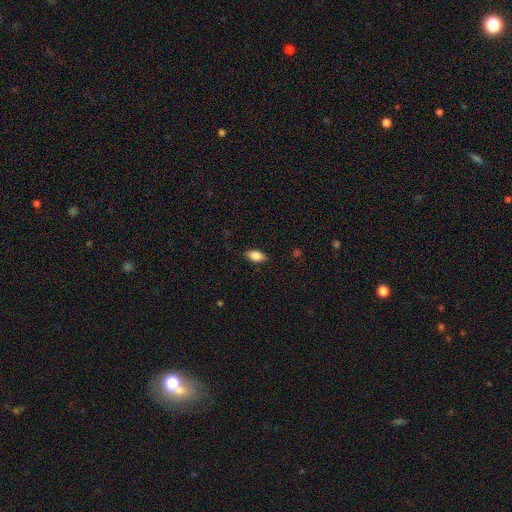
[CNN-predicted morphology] A smooth galaxy with no disk features (86%) that is in between round and cigar-shaped (92%).

Vote fractions:
- Smooth or featured? smooth: 86% / star or artifact: 7% / featured or disk: 6%
- How rounded? in between: 92% / round: 4% / cigar-shaped: 4%
- Merging? none: 86% / minor disturbance: 10% / major disturbance: 2% / merger: 1%